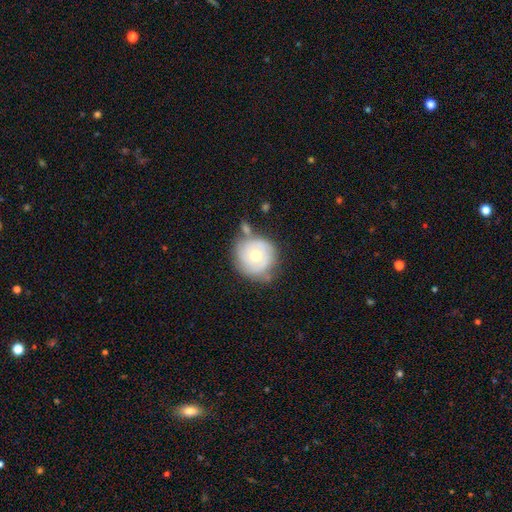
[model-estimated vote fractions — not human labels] Smooth or featured?
  - featured or disk: 49% *
  - smooth: 44%
  - star or artifact: 7%
Merging?
  - none: 59% *
  - minor disturbance: 23%
  - merger: 11%
  - major disturbance: 8%